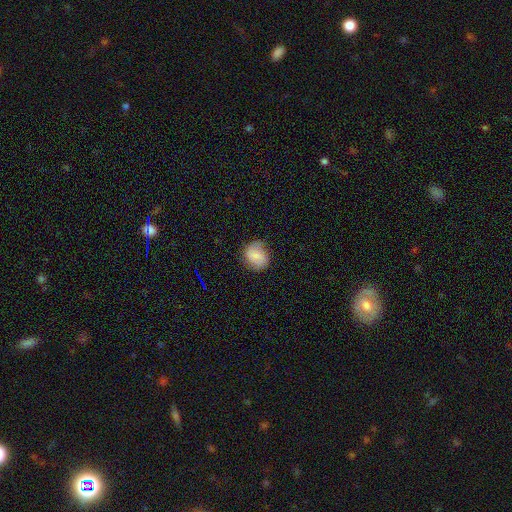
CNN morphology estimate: This appears to be a smooth galaxy with no disk features (67%) that is round (67%). Merging: none (71%).